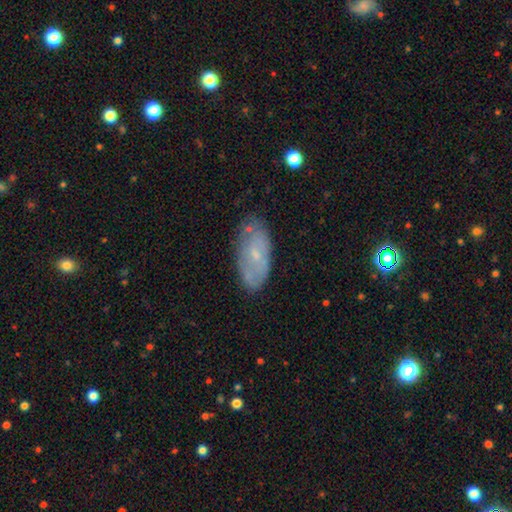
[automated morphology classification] Overall: featured or disk (48%; smooth 44%). Merging: none (72%).